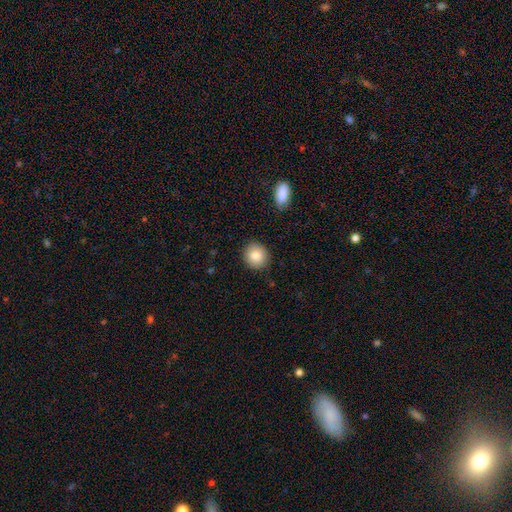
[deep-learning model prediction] Smooth or featured: smooth — 85% (star or artifact — 8%)
How rounded: round — 82% (in between — 17%)
Merging: none — 89% (minor disturbance — 8%)